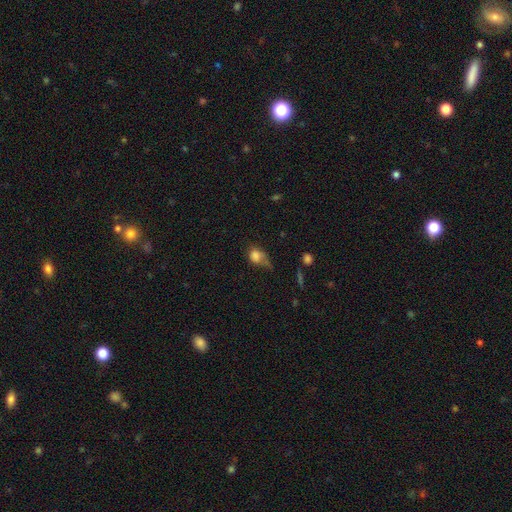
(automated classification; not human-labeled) A smooth galaxy with no disk features (76%) that is in between round and cigar-shaped (54%).

Vote fractions:
- Smooth or featured? smooth: 76% / featured or disk: 14% / star or artifact: 10%
- How rounded? in between: 54% / round: 44% / cigar-shaped: 2%
- Merging? major disturbance: 38% / minor disturbance: 33% / none: 24% / merger: 5%